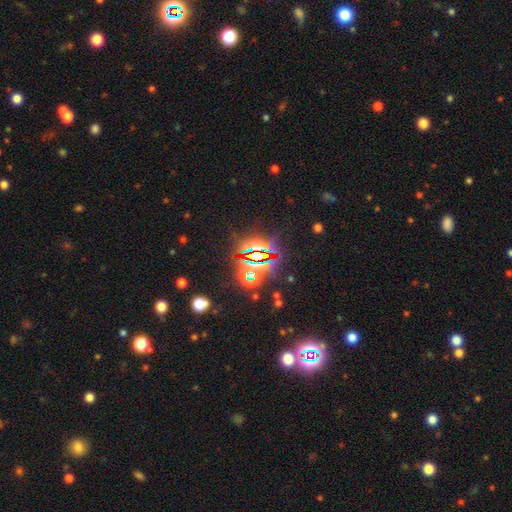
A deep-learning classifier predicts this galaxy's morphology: Q: Smooth or featured?
A: star or artifact (82%); runner-up: smooth (10%)